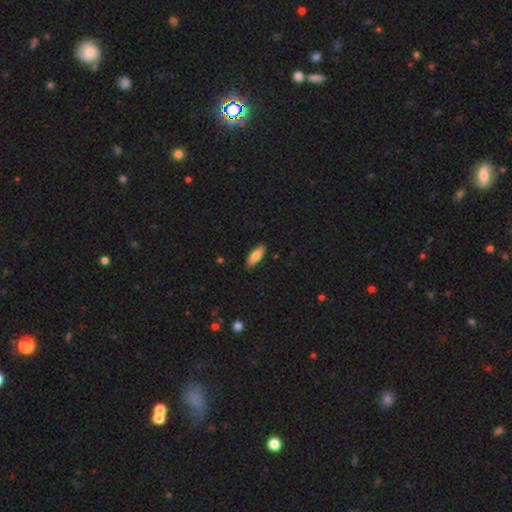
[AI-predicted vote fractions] Smooth or featured? smooth (78%)
How rounded? in between (74%)
Merging? none (89%)